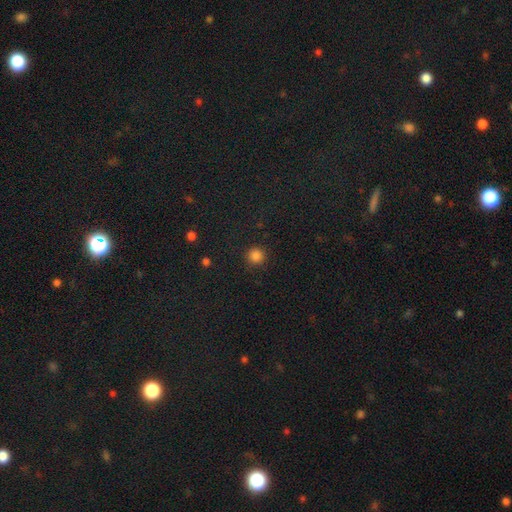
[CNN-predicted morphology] A smooth galaxy with no disk features (84%) that is round (94%). Merging: none (90%).